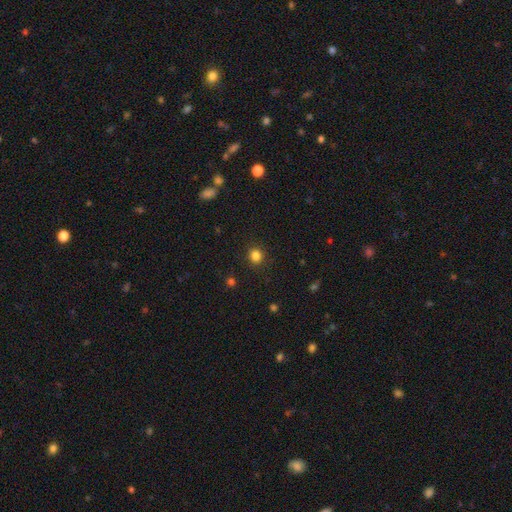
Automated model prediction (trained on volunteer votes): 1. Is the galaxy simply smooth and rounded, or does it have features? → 83% smooth, 13% star or artifact, 4% featured or disk.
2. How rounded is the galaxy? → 85% round, 14% in between, 1% cigar-shaped.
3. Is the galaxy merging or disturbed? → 90% none, 6% minor disturbance, 2% major disturbance, 1% merger.